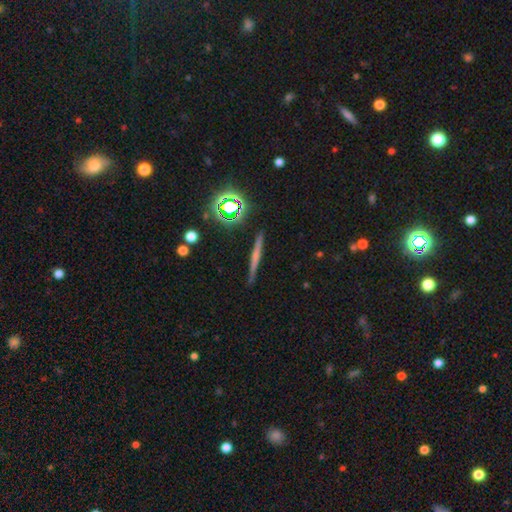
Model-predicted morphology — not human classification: smooth-or-featured: featured or disk: 43% | smooth: 42% | star or artifact: 15%
  merging: none: 88% | minor disturbance: 8% | major disturbance: 2% | merger: 2%